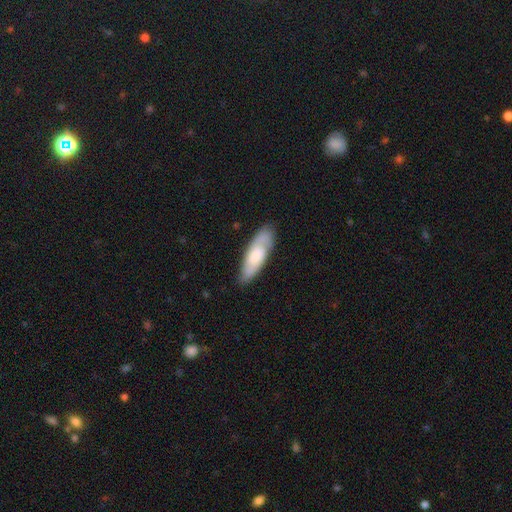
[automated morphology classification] Q: Smooth or featured?
A: smooth (51%); runner-up: featured or disk (43%)
Q: How rounded?
A: in between (58%); runner-up: cigar-shaped (40%)
Q: Merging?
A: none (79%); runner-up: minor disturbance (16%)